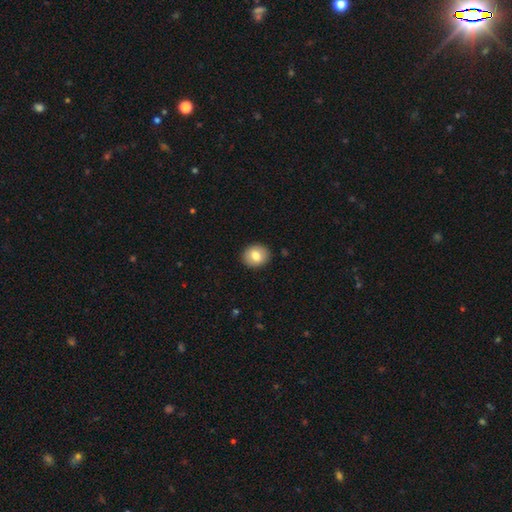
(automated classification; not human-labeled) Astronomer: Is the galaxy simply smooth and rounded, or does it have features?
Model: smooth — 78%.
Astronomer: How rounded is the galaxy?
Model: round — 72%.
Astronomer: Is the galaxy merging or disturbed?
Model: none — 90%.